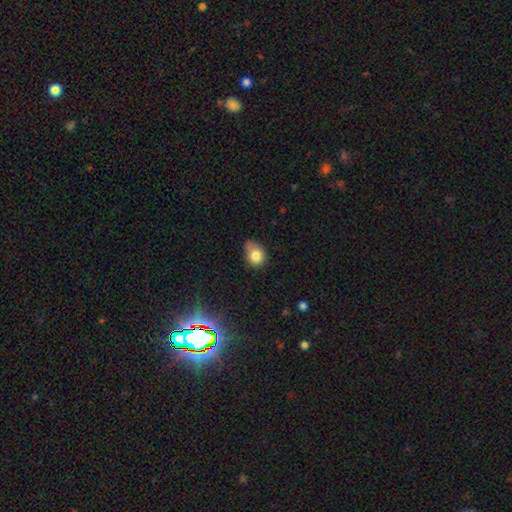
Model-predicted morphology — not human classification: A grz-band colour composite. It shows a smooth galaxy with no disk features (79%) that is in between round and cigar-shaped (52%). Merging: none (43%).